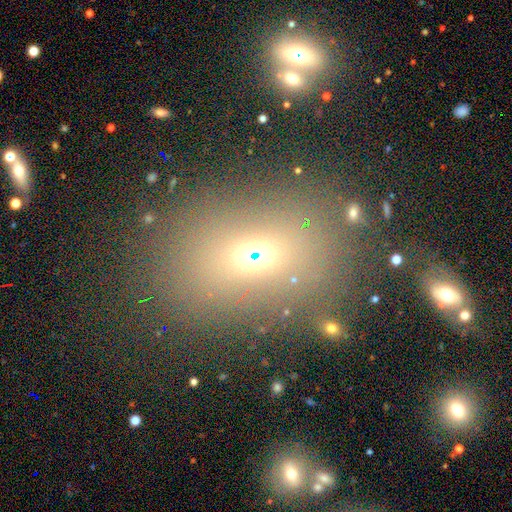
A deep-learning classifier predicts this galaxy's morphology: This is possibly a smooth galaxy (59%). How rounded: likely in between (71%). Merging: likely none (72%).